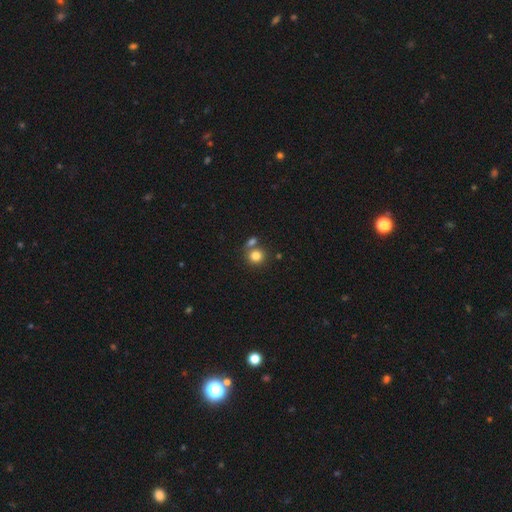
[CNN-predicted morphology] The model was most divided on "merging": none: 59%, merger: 29%, minor disturbance: 9%, major disturbance: 3%. More confident: how rounded — round (84%); smooth or featured — smooth (81%).